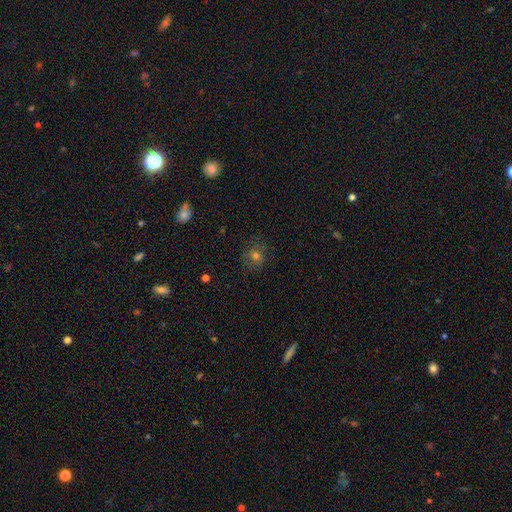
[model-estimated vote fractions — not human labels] Morphology: type=smooth (59%); roundness=round (80%); merging=none (79%).